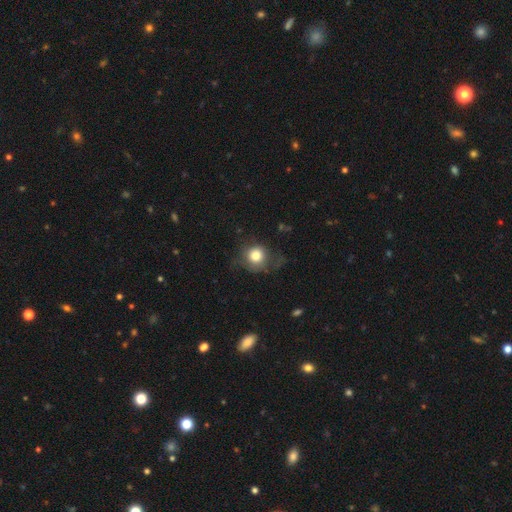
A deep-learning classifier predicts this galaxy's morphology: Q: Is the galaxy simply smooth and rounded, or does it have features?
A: smooth — 78%.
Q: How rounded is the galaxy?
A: round — 85%.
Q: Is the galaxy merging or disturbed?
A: none — 57%.